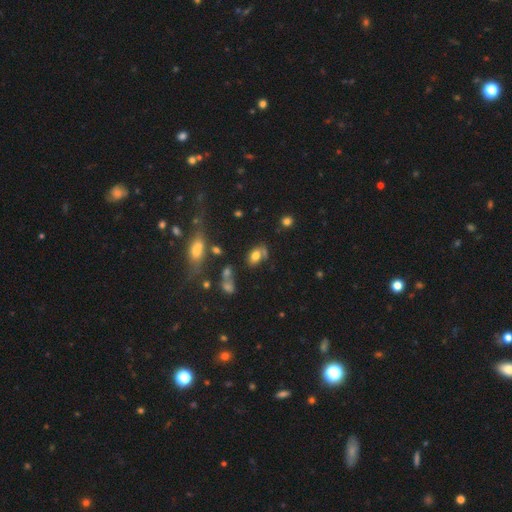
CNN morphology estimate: smooth_or_featured: smooth (p=0.73) [alt: featured or disk p=0.15]
how_rounded: in between (p=0.85) [alt: round p=0.12]
merging: none (p=0.52) [alt: minor disturbance p=0.21]